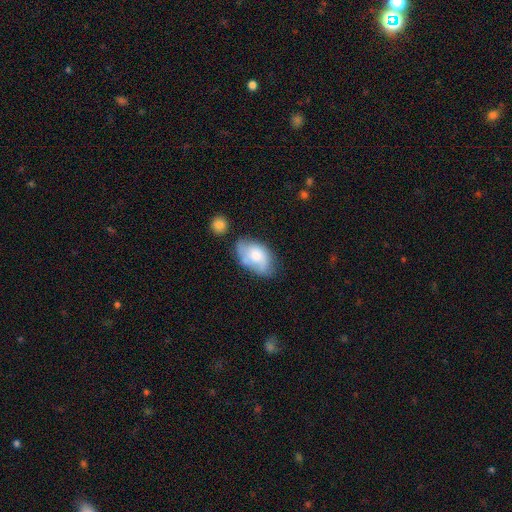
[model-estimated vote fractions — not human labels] smooth 61%, featured or disk 33%, star or artifact 7%. Down the decision tree: how rounded — in between (91%); merging — none (48%).